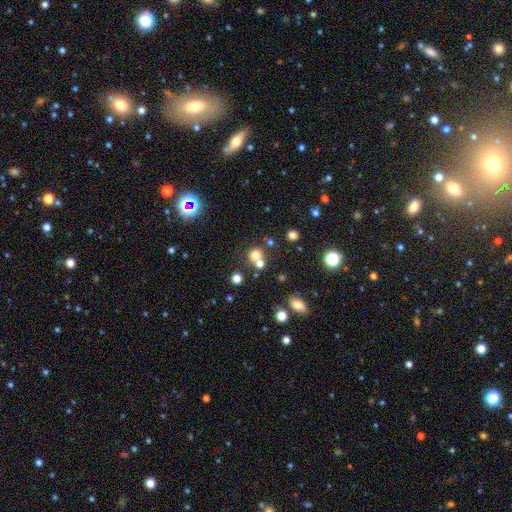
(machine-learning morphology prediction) type=smooth (71%); roundness=round (86%); merging=none (56%).